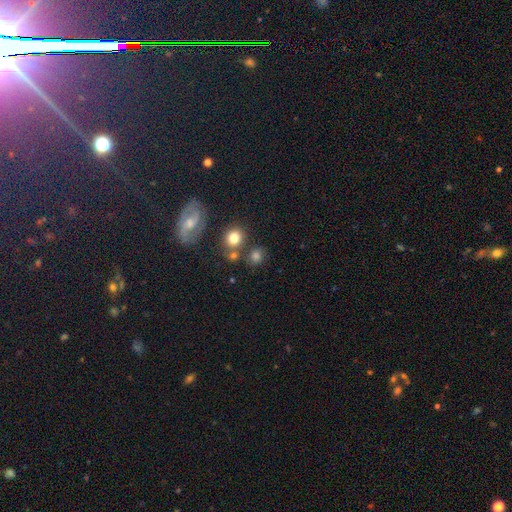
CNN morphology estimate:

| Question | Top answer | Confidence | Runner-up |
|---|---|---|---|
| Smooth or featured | smooth | 70% | featured or disk (15%) |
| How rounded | round | 81% | in between (18%) |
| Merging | none | 69% | merger (15%) |